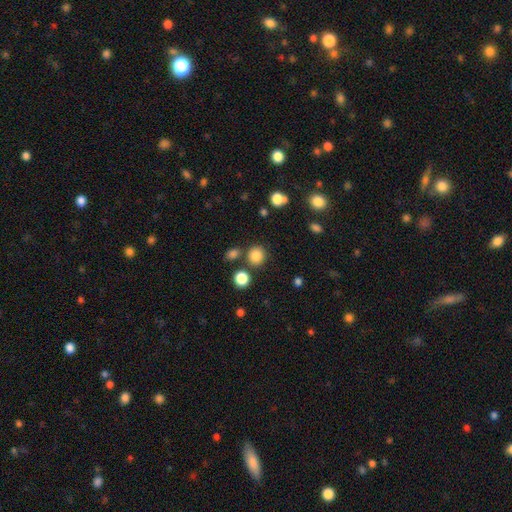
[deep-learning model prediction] smooth 84%, star or artifact 12%, featured or disk 4%. Down the decision tree: how rounded — round (86%); merging — none (79%).